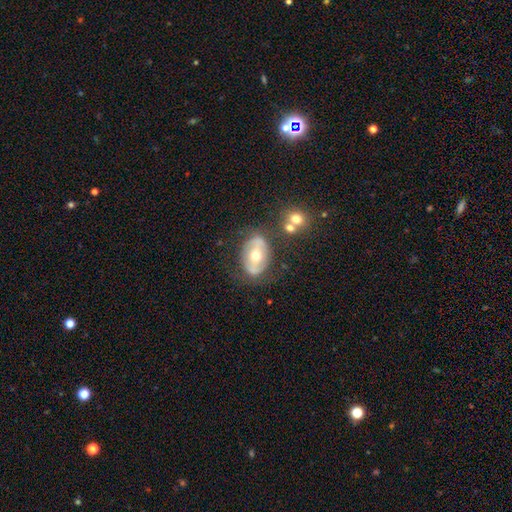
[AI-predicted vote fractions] Smooth or featured? featured or disk (64%)
Edge-on disk? no (93%)
Bar? no (39%)
Spiral arms? no (55%)
Bulge size? moderate (66%)
Merging? none (67%)